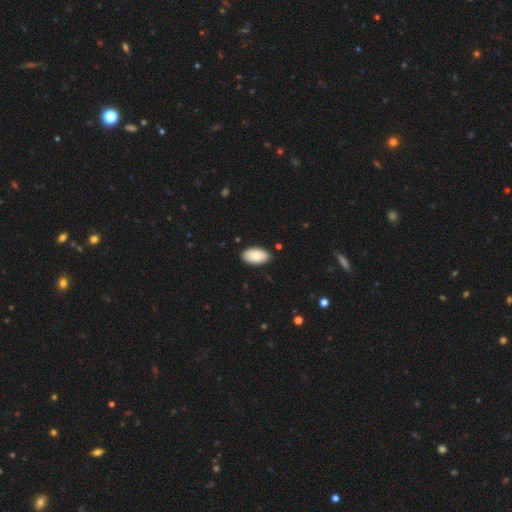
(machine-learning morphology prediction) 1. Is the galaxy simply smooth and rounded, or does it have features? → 87% smooth, 7% featured or disk, 6% star or artifact.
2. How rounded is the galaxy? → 96% in between, 2% round, 2% cigar-shaped.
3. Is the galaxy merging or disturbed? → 88% none, 9% minor disturbance, 2% major disturbance, 1% merger.